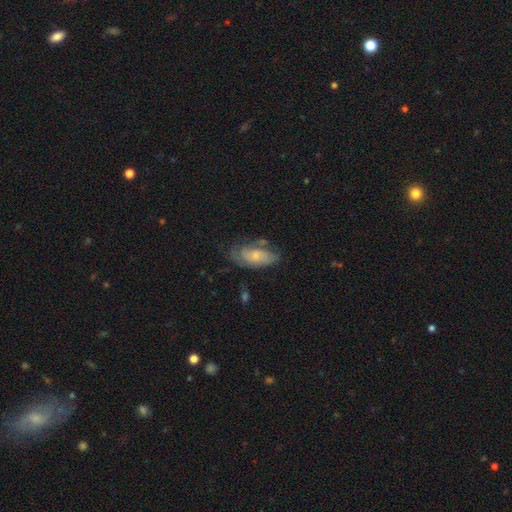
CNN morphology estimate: This is possibly a featured or disk galaxy (48%). Merging: possibly none (51%).